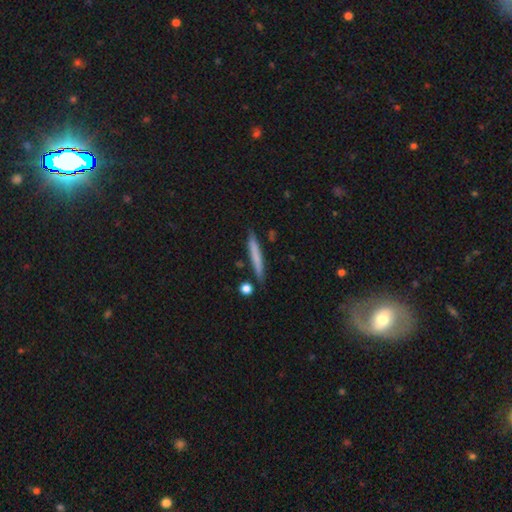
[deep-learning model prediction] smooth 66%, featured or disk 28%, star or artifact 6%. Down the decision tree: how rounded — cigar-shaped (96%); merging — none (85%).